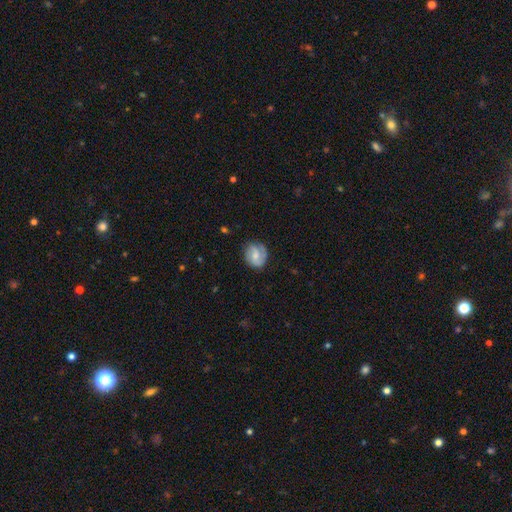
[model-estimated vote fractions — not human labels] Morphology: type=featured or disk (51%); edge-on=no (97%); merging=none (75%).